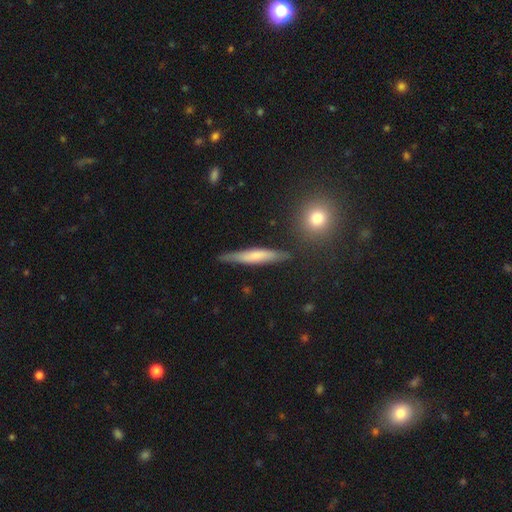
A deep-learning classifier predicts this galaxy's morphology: Overall: smooth (55%; featured or disk 38%). How rounded: cigar-shaped (90%). Merging: none (79%).